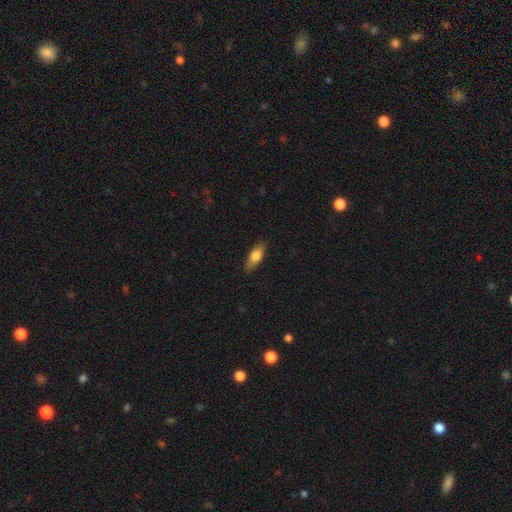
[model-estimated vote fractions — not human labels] smooth 72%, featured or disk 22%, star or artifact 6%. Down the decision tree: how rounded — in between (70%); merging — none (84%).